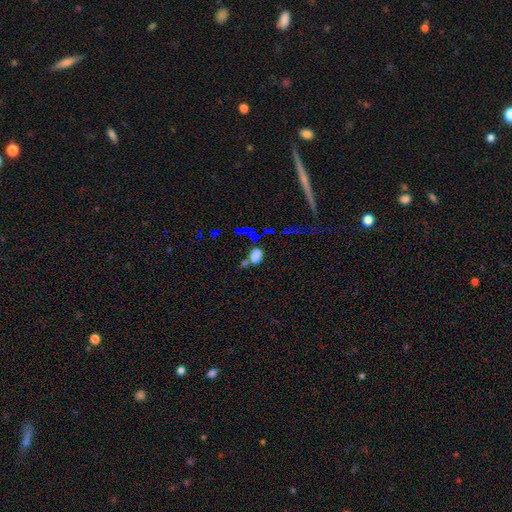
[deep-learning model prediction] The model was most divided on "merging": none: 40%, merger: 30%, minor disturbance: 16%, major disturbance: 14%. More confident: how rounded — in between (72%); smooth or featured — smooth (67%).